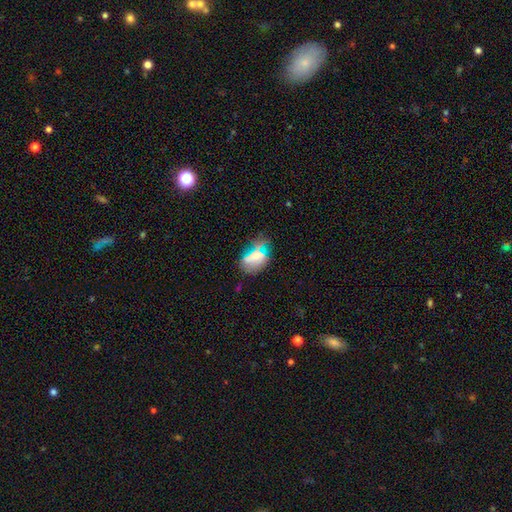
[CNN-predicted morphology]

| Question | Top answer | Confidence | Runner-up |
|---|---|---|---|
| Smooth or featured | smooth | 58% | featured or disk (22%) |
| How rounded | in between | 82% | round (15%) |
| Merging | none | 57% | minor disturbance (23%) |